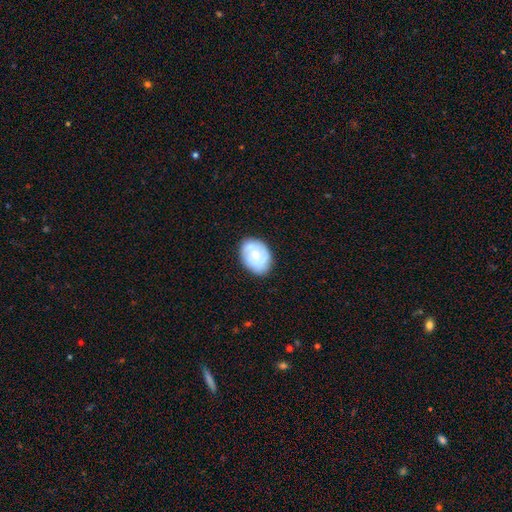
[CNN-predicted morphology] type=smooth (47%); merging=none (75%).